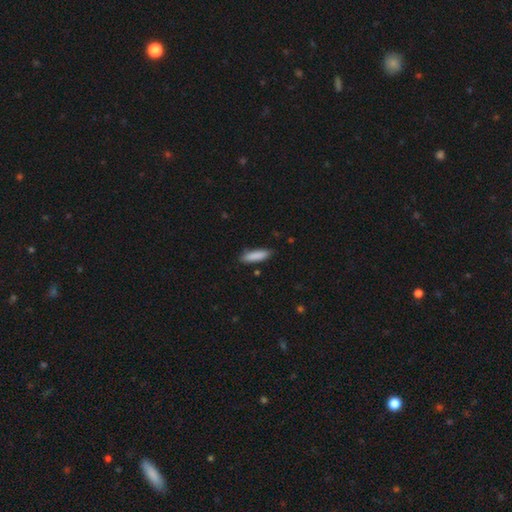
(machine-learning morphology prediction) This is clearly a smooth galaxy (88%). How rounded: possibly cigar-shaped (60%). Merging: clearly none (84%).